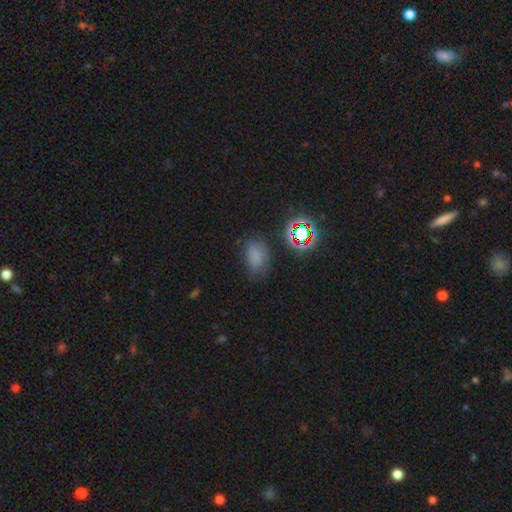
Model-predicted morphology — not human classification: A smooth galaxy with no disk features (69%) that is in between round and cigar-shaped (78%).

Vote fractions:
- Smooth or featured? smooth: 69% / star or artifact: 23% / featured or disk: 8%
- How rounded? in between: 78% / round: 21% / cigar-shaped: 2%
- Merging? none: 70% / minor disturbance: 20% / major disturbance: 7% / merger: 3%